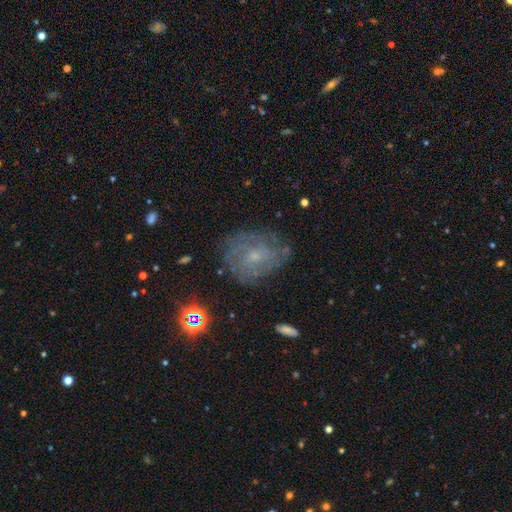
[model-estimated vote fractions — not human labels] Morphology: type=featured or disk (59%); edge-on=no (96%); bar=no (66%); spiral arms=yes (76%); bulge=small (67%); merging=none (70%).